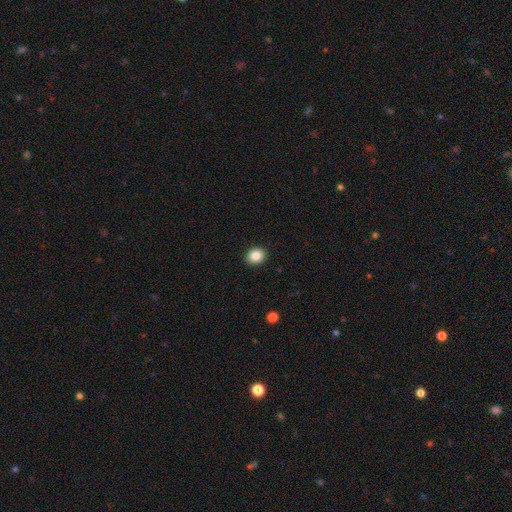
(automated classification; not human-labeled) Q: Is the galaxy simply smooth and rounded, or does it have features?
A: smooth — 87%.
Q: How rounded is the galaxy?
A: round — 73%.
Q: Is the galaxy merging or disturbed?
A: none — 92%.